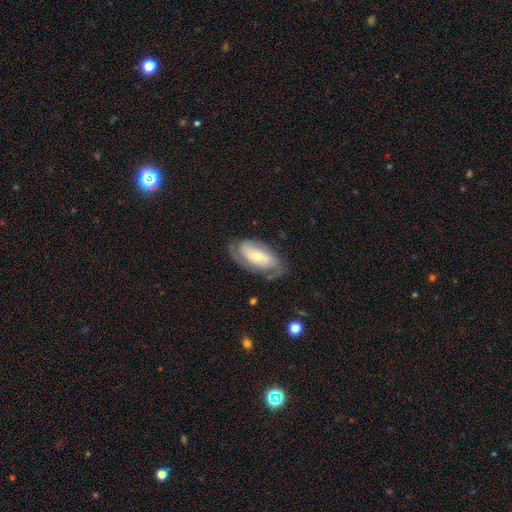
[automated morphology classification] This appears to be a featured or disk galaxy (67%) with no bar (60%), 2 (64%) tight (52%) spiral arms (85%) and a small central bulge (60%). Merging: none (71%).